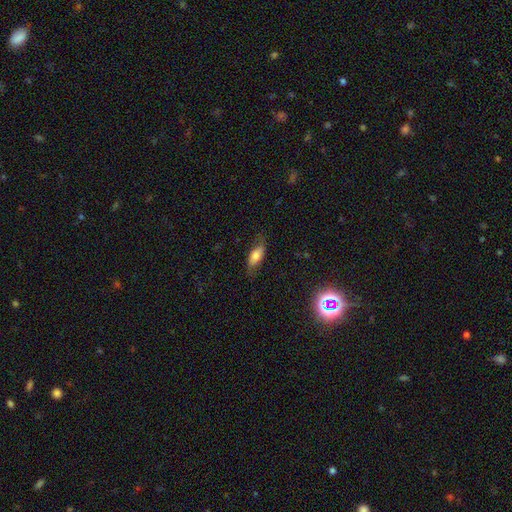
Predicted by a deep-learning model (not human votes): A smooth galaxy with no disk features (64%) that is in between round and cigar-shaped (77%).

Vote fractions:
- Smooth or featured? smooth: 64% / featured or disk: 28% / star or artifact: 9%
- How rounded? in between: 77% / cigar-shaped: 20% / round: 4%
- Merging? none: 70% / minor disturbance: 22% / major disturbance: 7% / merger: 1%